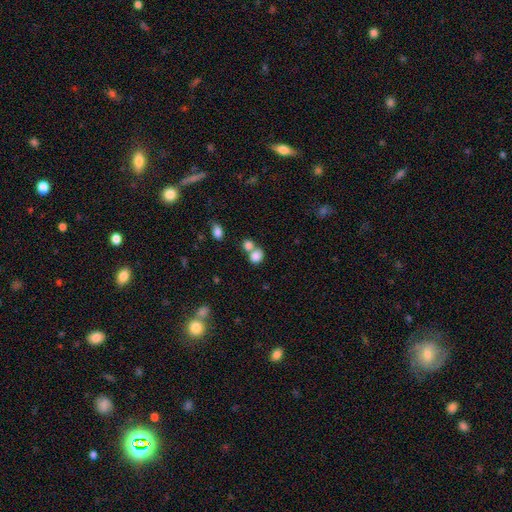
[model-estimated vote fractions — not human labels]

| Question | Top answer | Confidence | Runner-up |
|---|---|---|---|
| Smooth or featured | smooth | 82% | star or artifact (10%) |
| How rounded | round | 63% | in between (36%) |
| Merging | merger | 48% | none (39%) |